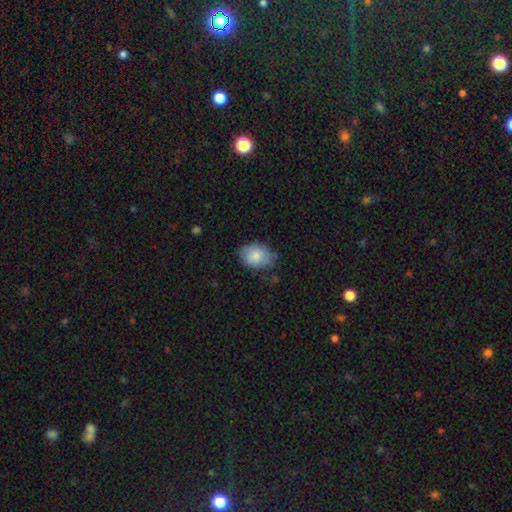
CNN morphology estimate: smooth-or-featured: smooth: 83% | featured or disk: 11% | star or artifact: 6%
  how-rounded: in between: 77% | round: 22% | cigar-shaped: 1%
  merging: none: 68% | minor disturbance: 26% | major disturbance: 5% | merger: 1%